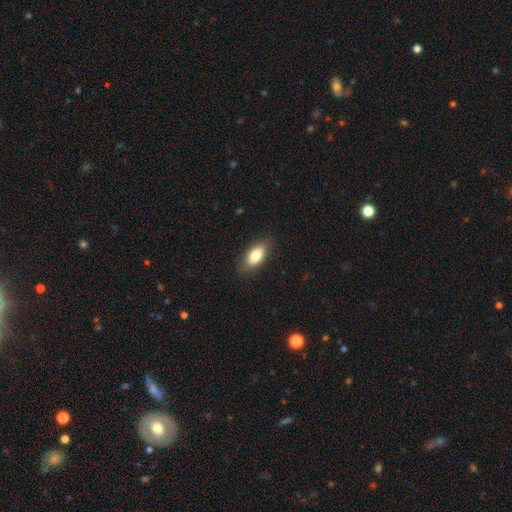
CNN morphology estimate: A smooth galaxy with no disk features (81%) that is in between round and cigar-shaped (88%).

Vote fractions:
- Smooth or featured? smooth: 81% / featured or disk: 12% / star or artifact: 7%
- How rounded? in between: 88% / cigar-shaped: 8% / round: 4%
- Merging? none: 84% / minor disturbance: 12% / major disturbance: 3% / merger: 1%